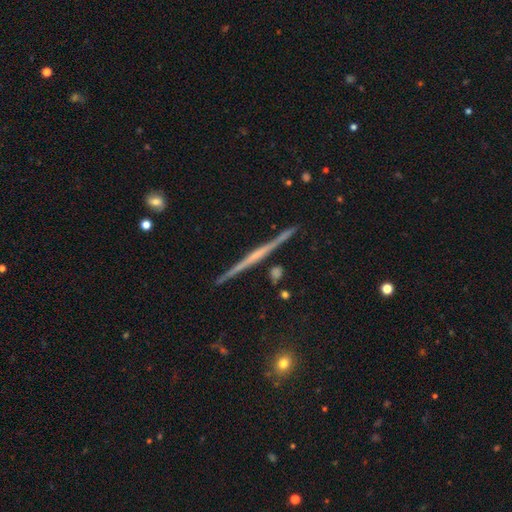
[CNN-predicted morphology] type=featured or disk (77%); edge-on=yes (98%); edge-on bulge=none (62%); merging=none (91%).